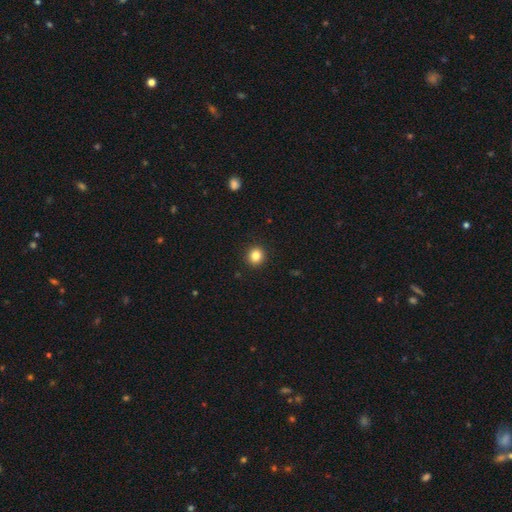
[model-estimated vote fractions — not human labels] Overall: smooth (84%). How rounded: round (89%). Merging: none (93%).